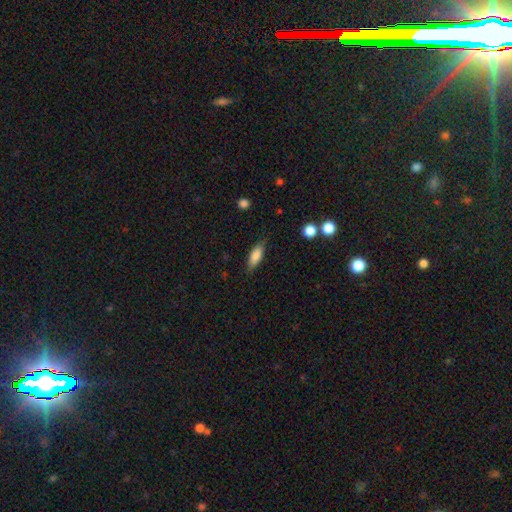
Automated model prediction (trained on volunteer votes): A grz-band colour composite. It shows a smooth galaxy with no disk features (82%) that is in between round and cigar-shaped (65%). Merging: none (82%).